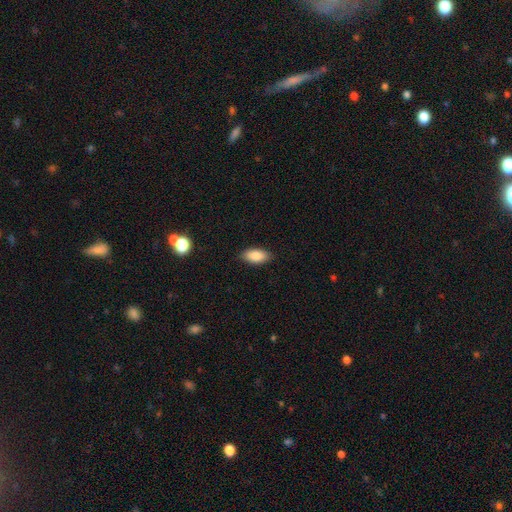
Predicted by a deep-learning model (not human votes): This is clearly a smooth galaxy (87%). How rounded: clearly in between (91%). Merging: clearly none (87%).